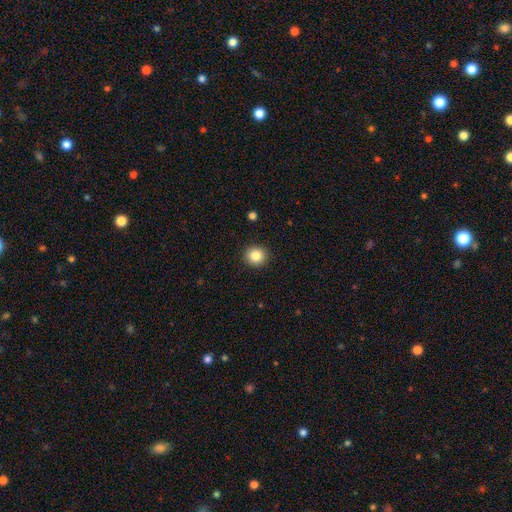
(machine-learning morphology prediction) Smooth or featured?
  - smooth: 85% *
  - star or artifact: 10%
  - featured or disk: 6%
How rounded?
  - round: 90% *
  - in between: 10%
  - cigar-shaped: 1%
Merging?
  - none: 92% *
  - minor disturbance: 5%
  - major disturbance: 2%
  - merger: 1%